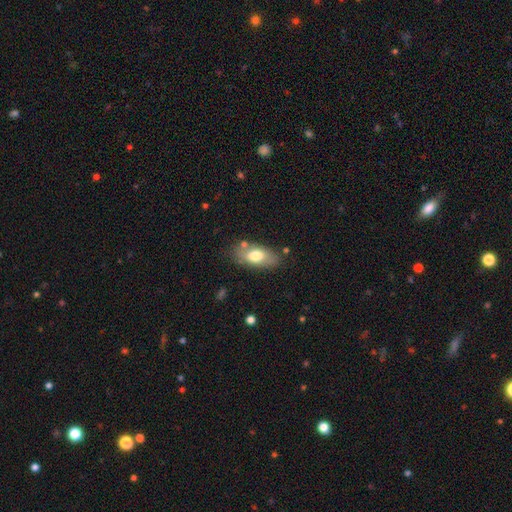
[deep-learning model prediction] Smooth or featured? smooth (69%)
How rounded? in between (87%)
Merging? none (75%)